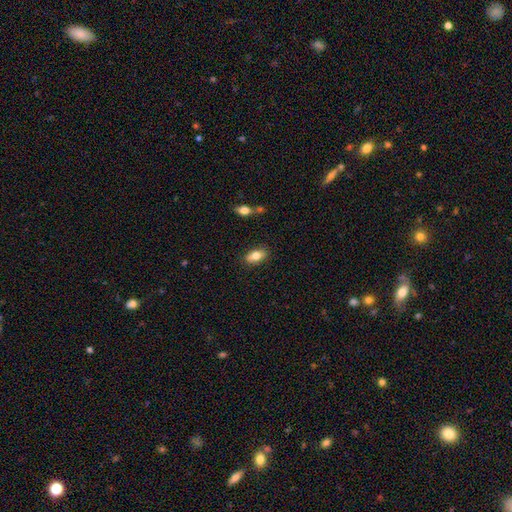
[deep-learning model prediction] smooth_or_featured: smooth (p=0.76) [alt: featured or disk p=0.17]
how_rounded: in between (p=0.86) [alt: cigar-shaped p=0.08]
merging: none (p=0.82) [alt: minor disturbance p=0.12]